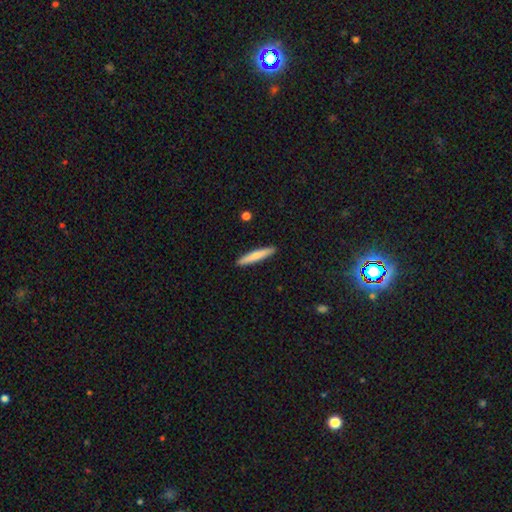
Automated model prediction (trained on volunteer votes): smooth_or_featured: smooth (p=0.76) [alt: featured or disk p=0.19]
how_rounded: cigar-shaped (p=0.93) [alt: in between p=0.05]
merging: none (p=0.92) [alt: minor disturbance p=0.06]